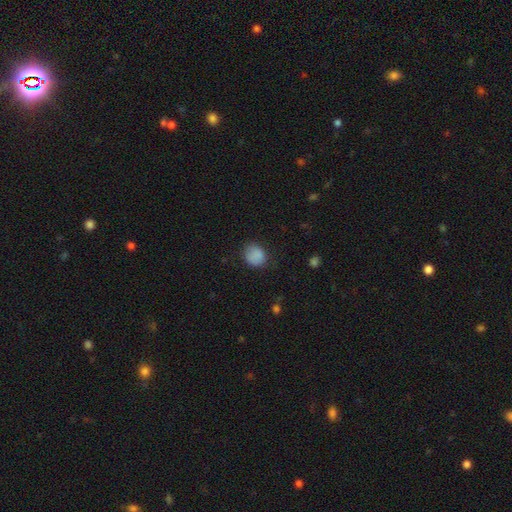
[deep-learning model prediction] Morphology: type=smooth (86%); roundness=round (68%); merging=none (72%).